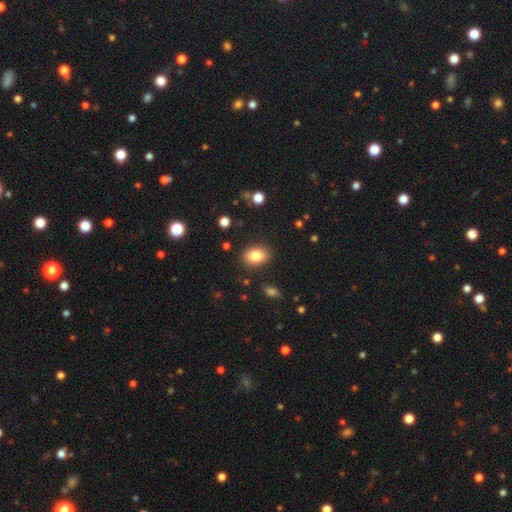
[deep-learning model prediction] A smooth galaxy with no disk features (83%) that is in between round and cigar-shaped (75%). Merging: none (86%).